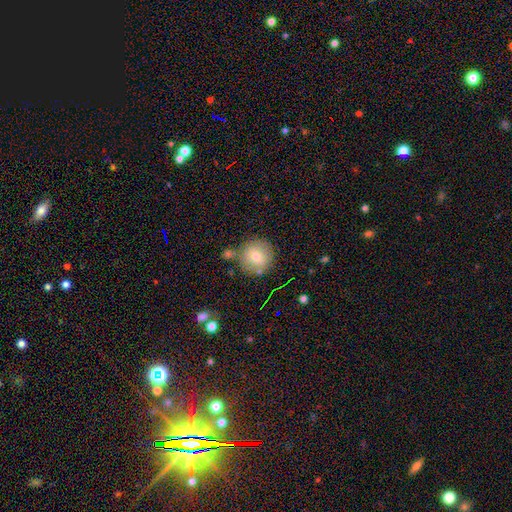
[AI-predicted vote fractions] Overall: smooth (76%). How rounded: round (94%). Merging: none (76%).